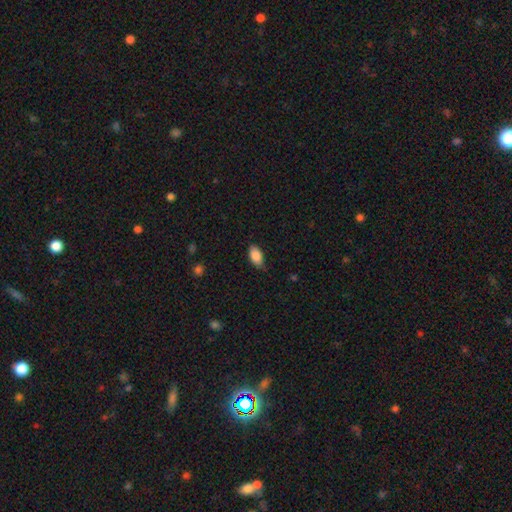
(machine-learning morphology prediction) A smooth galaxy with no disk features (87%) that is in between round and cigar-shaped (93%).

Vote fractions:
- Smooth or featured? smooth: 87% / star or artifact: 7% / featured or disk: 6%
- How rounded? in between: 93% / round: 4% / cigar-shaped: 3%
- Merging? none: 75% / minor disturbance: 20% / major disturbance: 3% / merger: 1%